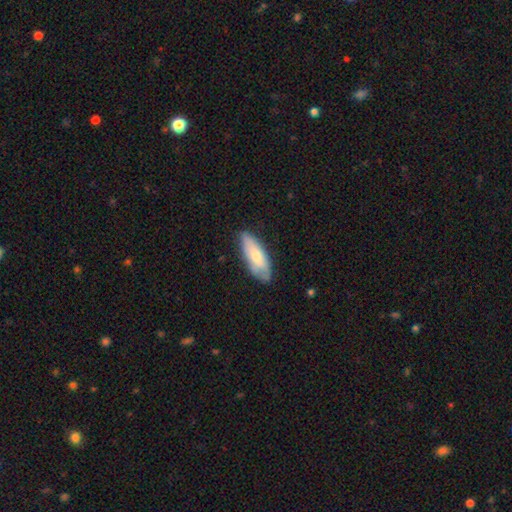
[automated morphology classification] type=smooth (68%); roundness=in between (70%); merging=none (74%).